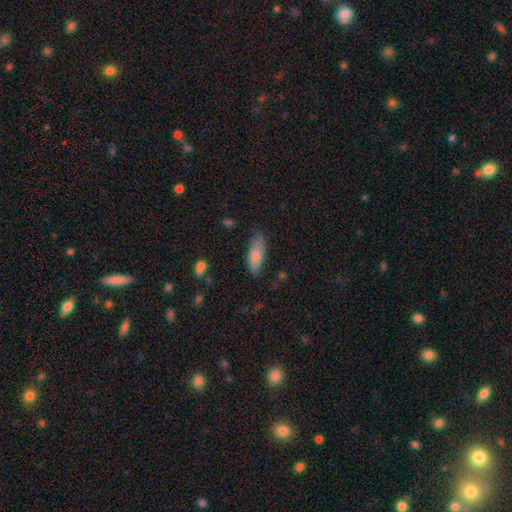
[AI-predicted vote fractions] Overall: smooth (78%). How rounded: in between (70%). Merging: none (71%).